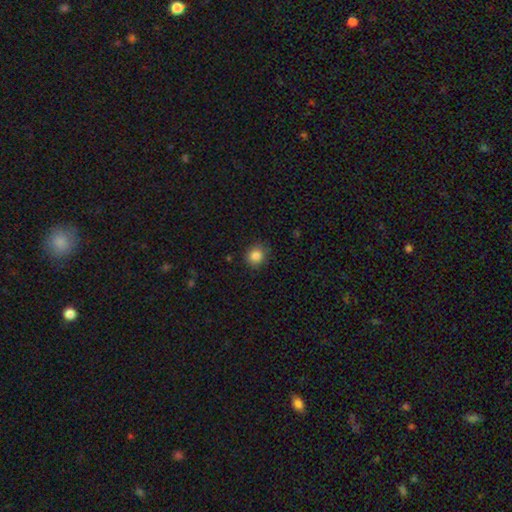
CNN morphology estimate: This appears to be a smooth galaxy with no disk features (85%) that is round (79%). Merging: none (86%).